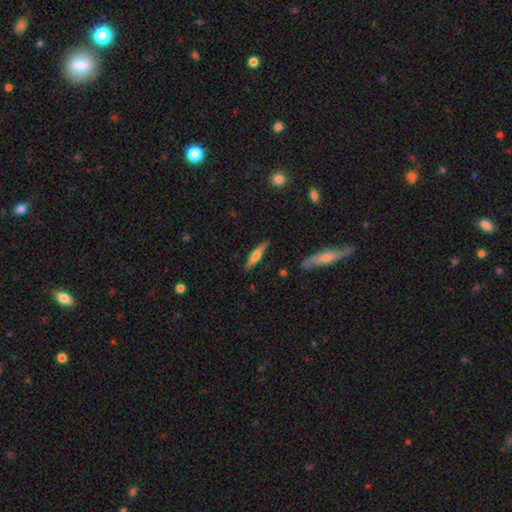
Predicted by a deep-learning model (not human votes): Smooth or featured?
  - featured or disk: 56% *
  - smooth: 38%
  - star or artifact: 6%
Edge-on disk?
  - yes: 95% *
  - no: 5%
Edge-on bulge?
  - rounded: 86% *
  - boxy: 9%
  - none: 5%
Merging?
  - none: 86% *
  - minor disturbance: 10%
  - major disturbance: 2%
  - merger: 2%